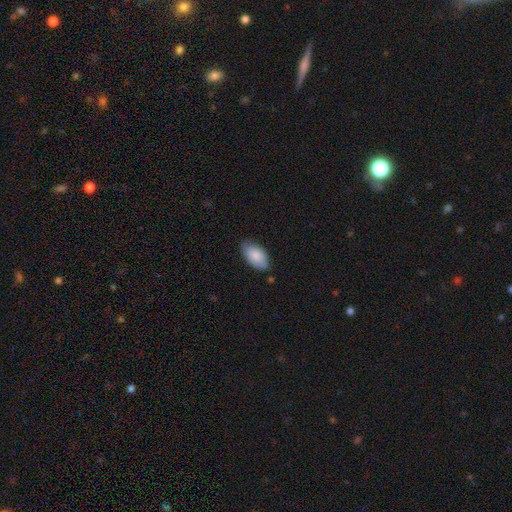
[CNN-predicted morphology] Smooth or featured? Predicted: smooth (p=0.85). How rounded? Predicted: in between (p=0.95). Merging? Predicted: none (p=0.75).